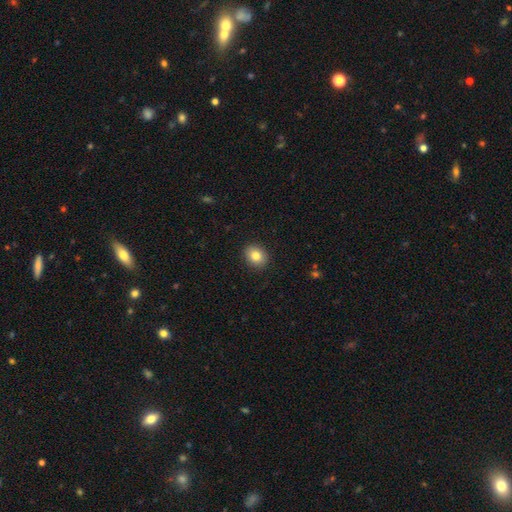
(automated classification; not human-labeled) This appears to be a smooth galaxy with no disk features (83%) that is round (55%). Merging: none (90%).